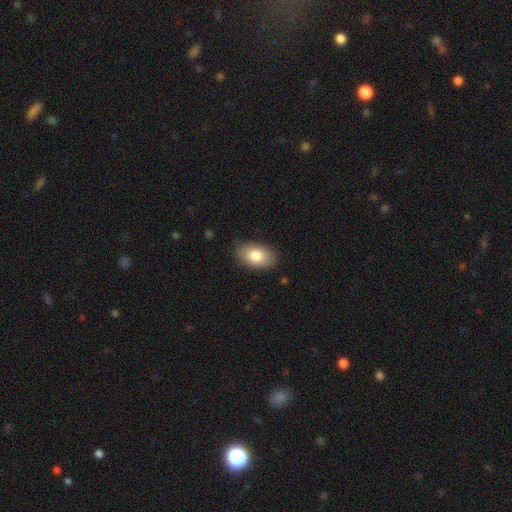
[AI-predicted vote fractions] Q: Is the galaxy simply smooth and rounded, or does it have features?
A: smooth — 81%.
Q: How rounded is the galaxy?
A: in between — 90%.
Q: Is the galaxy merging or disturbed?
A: none — 86%.